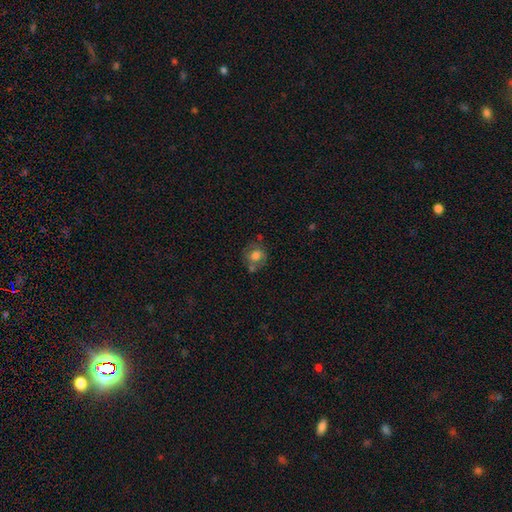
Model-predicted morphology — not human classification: smooth-or-featured: smooth: 67% | featured or disk: 23% | star or artifact: 10%
  how-rounded: round: 75% | in between: 24% | cigar-shaped: 1%
  merging: none: 53% | minor disturbance: 21% | merger: 17% | major disturbance: 8%